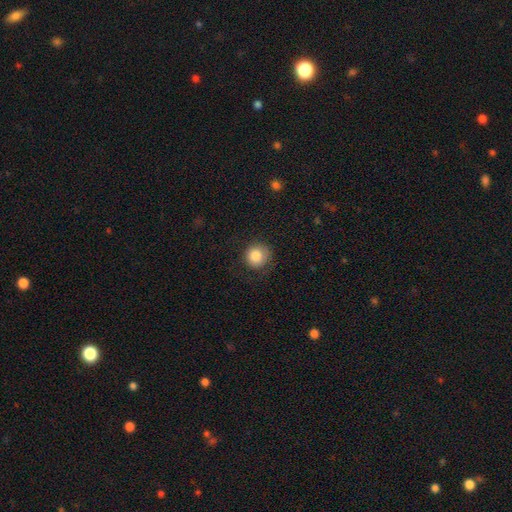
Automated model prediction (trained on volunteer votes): Morphology: type=smooth (84%); roundness=round (91%); merging=none (77%).